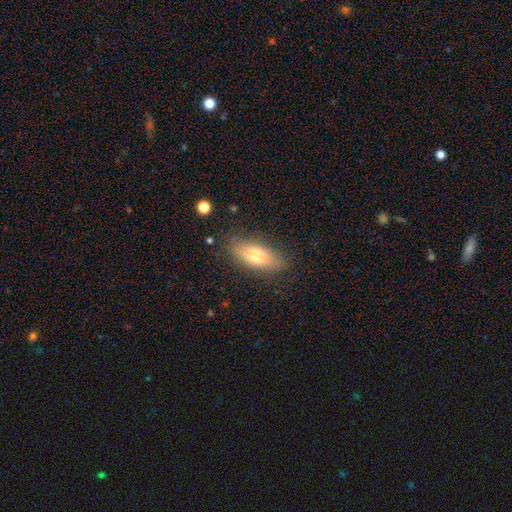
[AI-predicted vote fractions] smooth_or_featured: smooth (p=0.61) [alt: featured or disk p=0.30]
how_rounded: in between (p=0.67) [alt: cigar-shaped p=0.30]
merging: none (p=0.78) [alt: minor disturbance p=0.16]